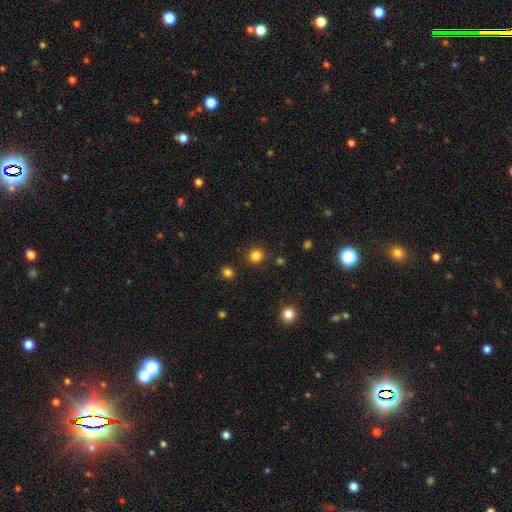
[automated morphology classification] This appears to be a smooth galaxy with no disk features (83%) that is round (87%). Merging: none (89%).